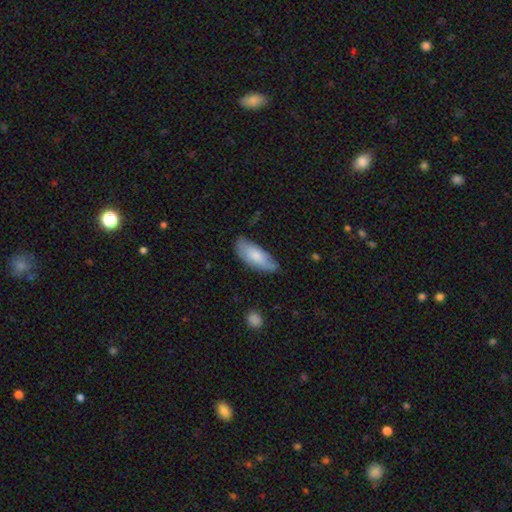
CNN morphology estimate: smooth-or-featured: smooth: 69% | featured or disk: 26% | star or artifact: 6%
  how-rounded: in between: 83% | cigar-shaped: 16% | round: 2%
  merging: none: 63% | minor disturbance: 29% | major disturbance: 6% | merger: 2%